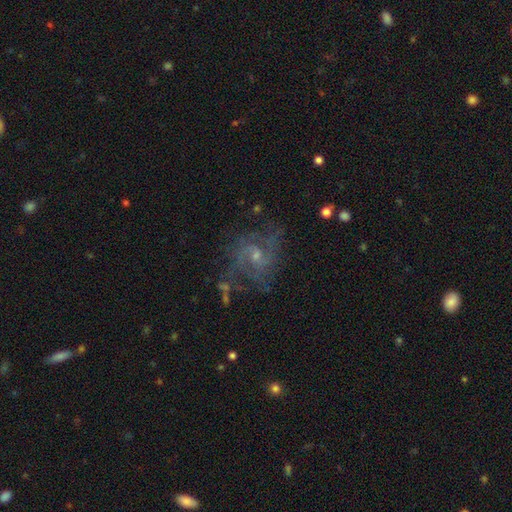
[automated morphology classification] Overall: featured or disk (80%). Edge-on disk: no (97%). Bar: no (47%; weak 46%). Spiral arms: yes (92%). Spiral arm count: 2 (54%; can't tell 20%). Spiral winding: medium (50%; tight 27%). Bulge size: small (57%; moderate 36%). Merging: none (65%).